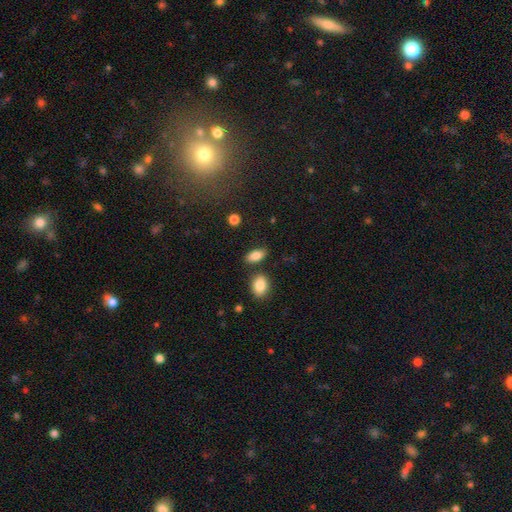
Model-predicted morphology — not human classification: smooth_or_featured: smooth (p=0.85) [alt: star or artifact p=0.08]
how_rounded: in between (p=0.90) [alt: round p=0.06]
merging: none (p=0.79) [alt: minor disturbance p=0.11]